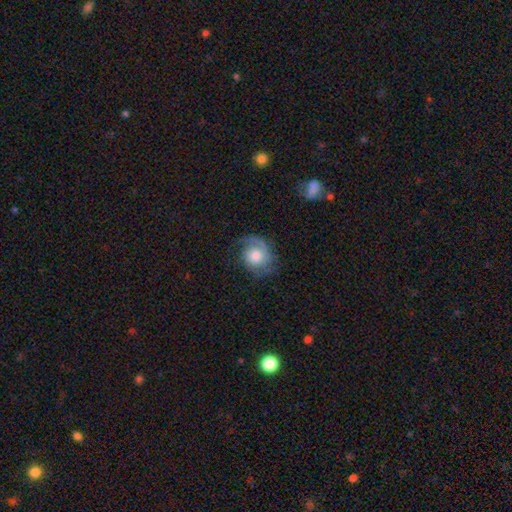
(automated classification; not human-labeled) A featured or disk galaxy (61%) with no bar (77%), 1 (42%) medium (39%, tied with tight) spiral arms (89%) and a moderate central bulge (55%). Merging: none (63%).